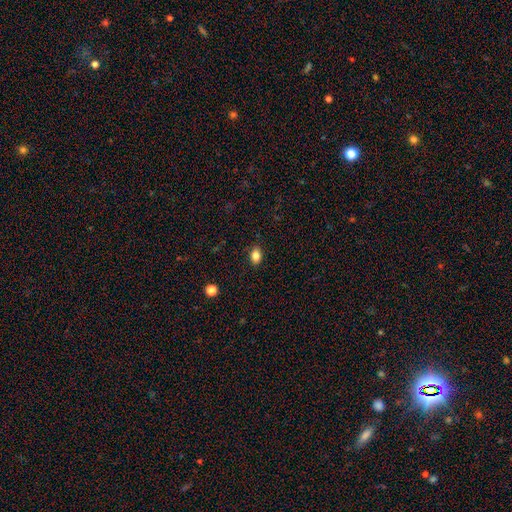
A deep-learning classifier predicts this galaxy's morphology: This is clearly a smooth galaxy (84%). How rounded: clearly in between (80%). Merging: clearly none (88%).